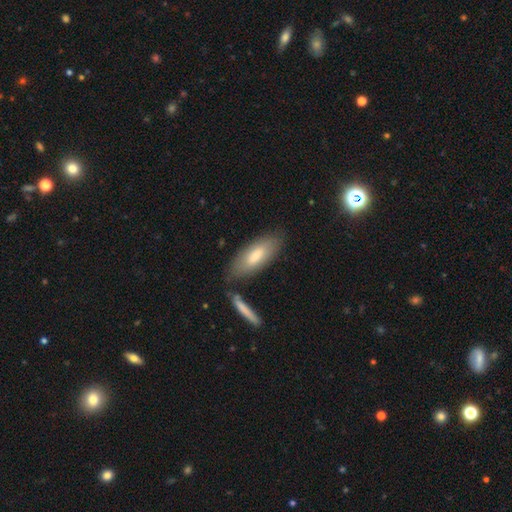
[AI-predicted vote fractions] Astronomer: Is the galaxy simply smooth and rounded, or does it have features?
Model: smooth — 75%.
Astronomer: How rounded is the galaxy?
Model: in between — 70%.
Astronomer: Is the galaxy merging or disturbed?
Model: none — 74%.